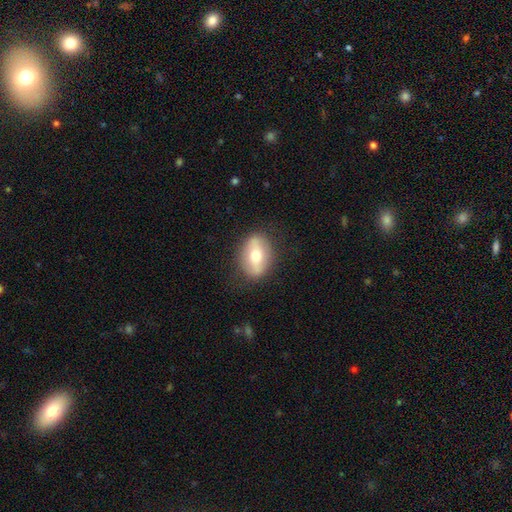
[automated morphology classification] Overall: featured or disk (47%; smooth 46%). Merging: none (81%).